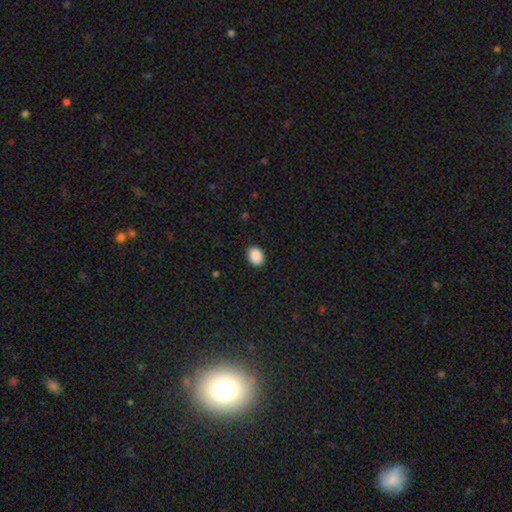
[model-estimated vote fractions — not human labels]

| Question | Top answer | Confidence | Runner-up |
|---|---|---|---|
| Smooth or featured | smooth | 90% | star or artifact (8%) |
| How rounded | in between | 68% | round (31%) |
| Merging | none | 89% | minor disturbance (8%) |